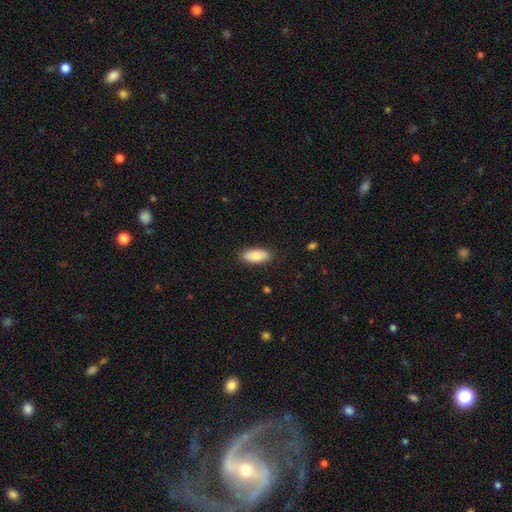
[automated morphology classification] smooth-or-featured: smooth: 85% | featured or disk: 9% | star or artifact: 6%
  how-rounded: in between: 89% | cigar-shaped: 9% | round: 2%
  merging: none: 87% | minor disturbance: 9% | major disturbance: 2% | merger: 1%